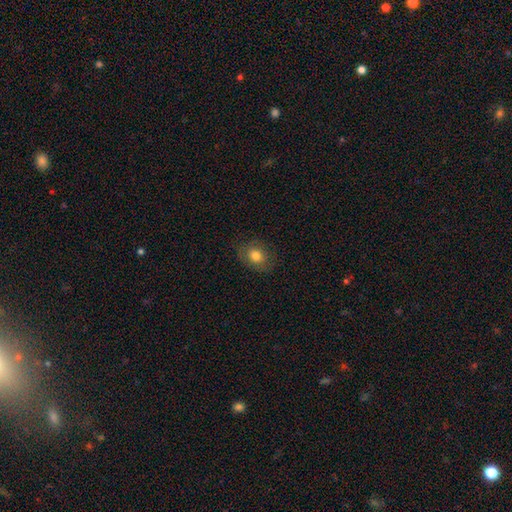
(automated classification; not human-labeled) Overall: smooth (77%). How rounded: in between (53%; round 46%). Merging: none (82%).